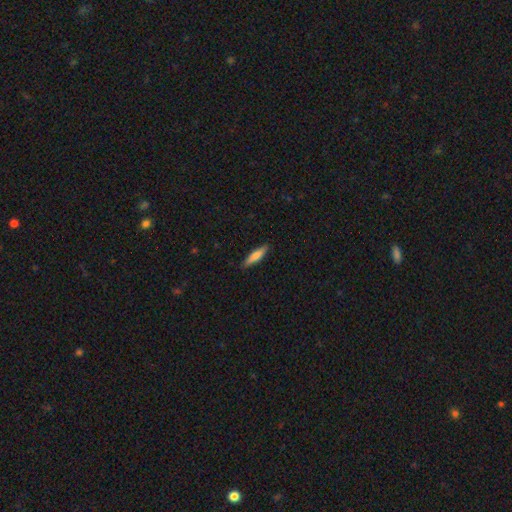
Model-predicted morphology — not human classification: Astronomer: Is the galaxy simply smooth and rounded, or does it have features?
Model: smooth — 73%.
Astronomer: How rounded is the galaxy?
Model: cigar-shaped — 78%.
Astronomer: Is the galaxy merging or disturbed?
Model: none — 88%.